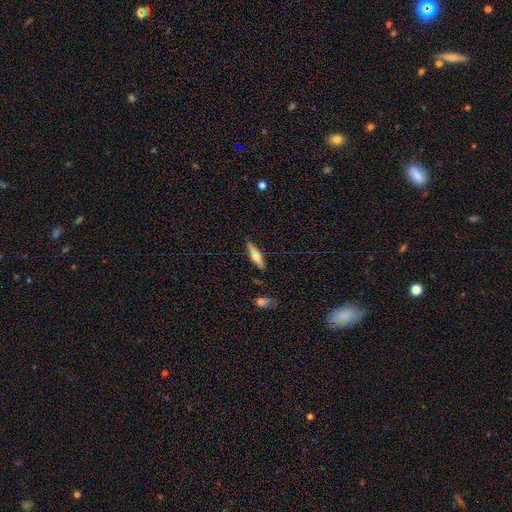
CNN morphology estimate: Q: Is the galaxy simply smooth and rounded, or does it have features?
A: smooth — 48%.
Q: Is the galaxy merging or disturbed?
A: none — 85%.